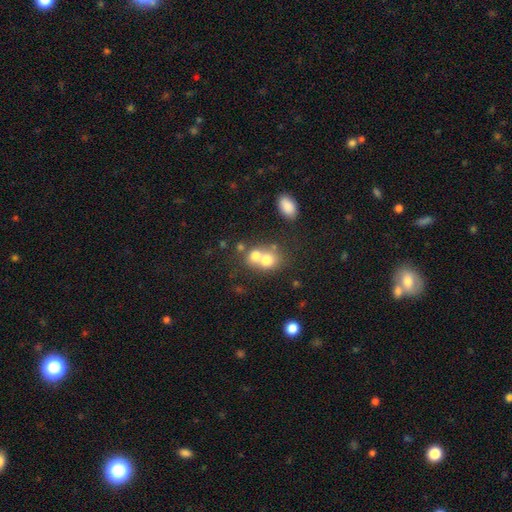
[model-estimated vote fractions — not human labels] smooth_or_featured: smooth (p=0.69) [alt: featured or disk p=0.20]
how_rounded: round (p=0.66) [alt: in between p=0.33]
merging: merger (p=0.66) [alt: none p=0.25]